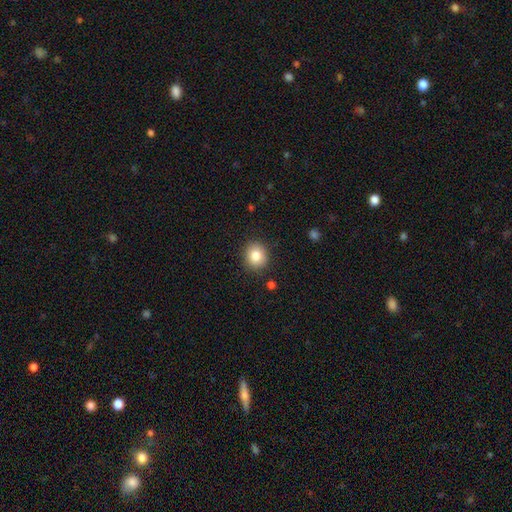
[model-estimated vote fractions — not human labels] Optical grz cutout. It shows a smooth galaxy with no disk features (83%) that is round (80%). Merging: none (89%).